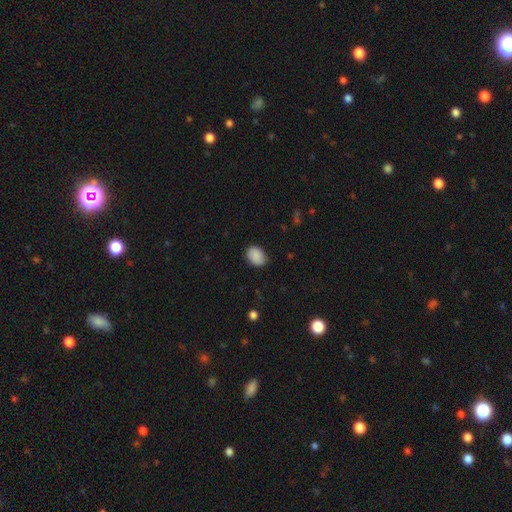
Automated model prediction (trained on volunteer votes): smooth-or-featured: smooth: 87% | star or artifact: 7% | featured or disk: 6%
  how-rounded: in between: 69% | round: 30% | cigar-shaped: 1%
  merging: none: 79% | minor disturbance: 17% | major disturbance: 3% | merger: 1%